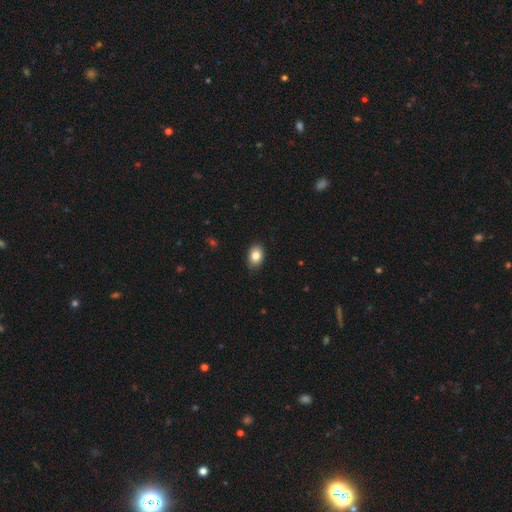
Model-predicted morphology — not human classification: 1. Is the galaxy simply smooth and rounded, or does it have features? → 84% smooth, 8% star or artifact, 8% featured or disk.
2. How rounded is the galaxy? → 80% in between, 19% round, 1% cigar-shaped.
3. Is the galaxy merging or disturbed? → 81% none, 16% minor disturbance, 2% major disturbance, 1% merger.